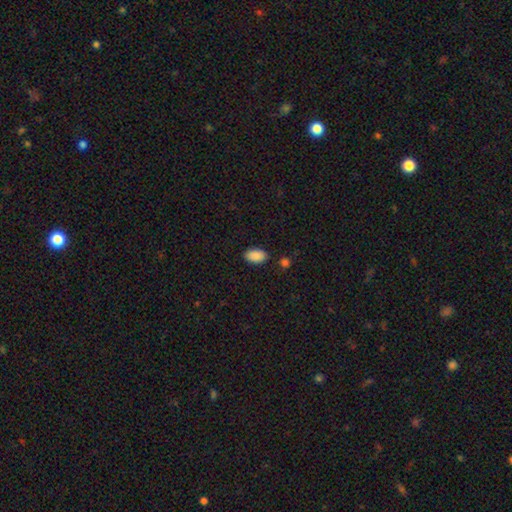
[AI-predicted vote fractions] Overall: smooth (90%). How rounded: in between (94%). Merging: none (85%).